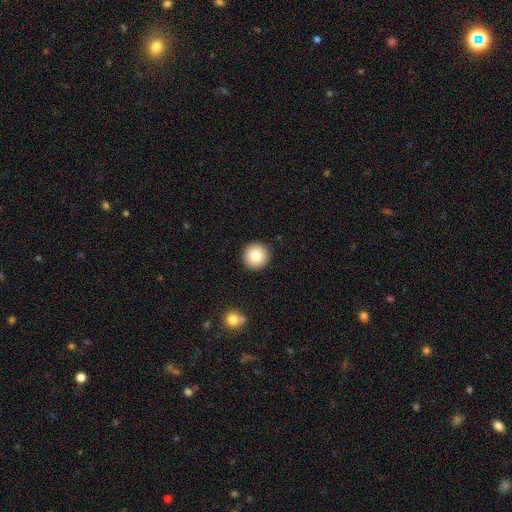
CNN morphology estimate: Smooth or featured?
  - smooth: 81% *
  - featured or disk: 9%
  - star or artifact: 9%
How rounded?
  - round: 96% *
  - in between: 3%
  - cigar-shaped: 1%
Merging?
  - none: 92% *
  - minor disturbance: 5%
  - major disturbance: 2%
  - merger: 1%